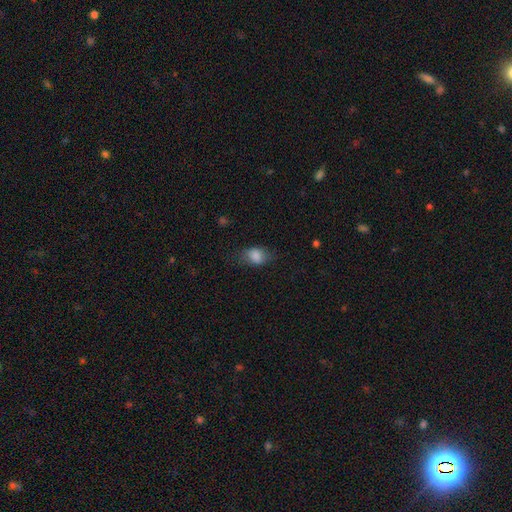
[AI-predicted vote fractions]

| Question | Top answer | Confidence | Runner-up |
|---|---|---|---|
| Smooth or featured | smooth | 82% | featured or disk (10%) |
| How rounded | in between | 77% | round (21%) |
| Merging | none | 64% | minor disturbance (25%) |